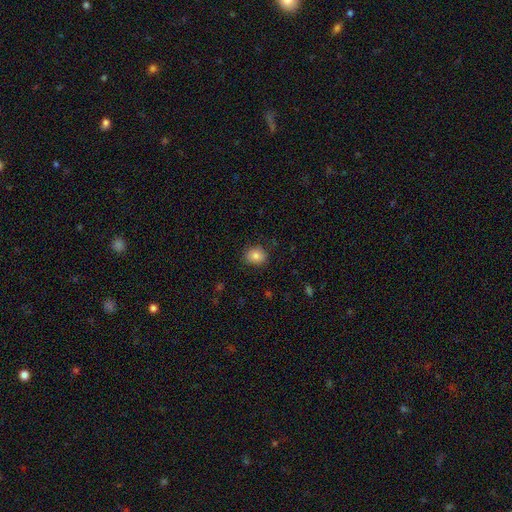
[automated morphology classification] A smooth galaxy with no disk features (83%) that is round (64%).

Vote fractions:
- Smooth or featured? smooth: 83% / star or artifact: 10% / featured or disk: 8%
- How rounded? round: 64% / in between: 35% / cigar-shaped: 1%
- Merging? none: 82% / minor disturbance: 14% / major disturbance: 3% / merger: 1%